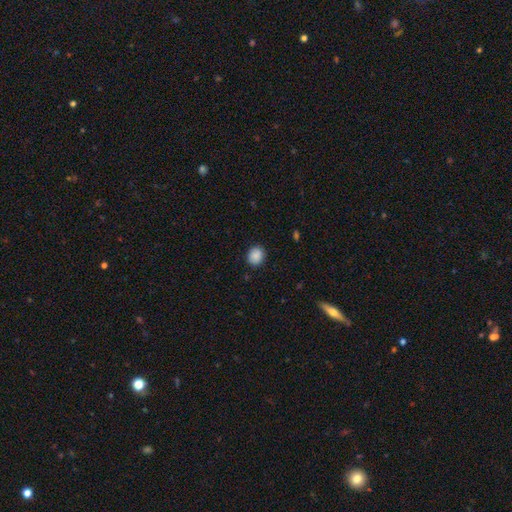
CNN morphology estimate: smooth-or-featured: smooth: 88% | star or artifact: 8% | featured or disk: 4%
  how-rounded: round: 71% | in between: 28% | cigar-shaped: 1%
  merging: none: 89% | minor disturbance: 8% | major disturbance: 2% | merger: 1%